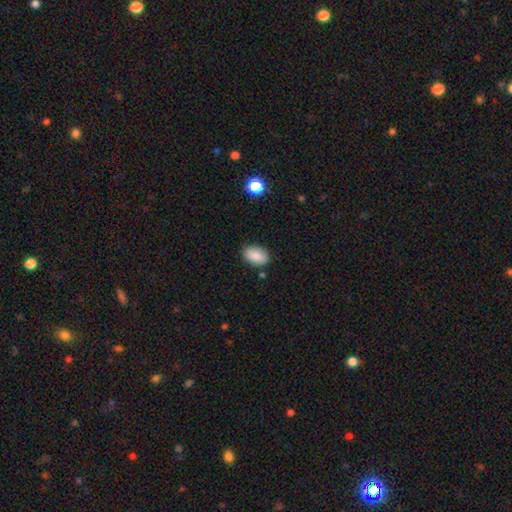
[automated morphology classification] A smooth galaxy with no disk features (87%) that is in between round and cigar-shaped (90%).

Vote fractions:
- Smooth or featured? smooth: 87% / star or artifact: 7% / featured or disk: 6%
- How rounded? in between: 90% / round: 9% / cigar-shaped: 1%
- Merging? none: 82% / minor disturbance: 13% / major disturbance: 3% / merger: 2%